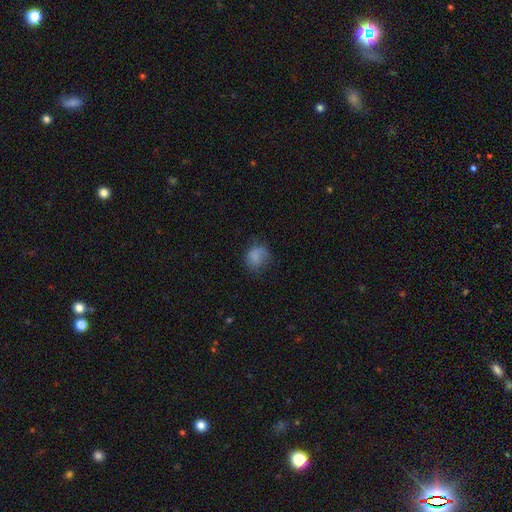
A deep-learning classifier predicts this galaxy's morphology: This is likely a smooth galaxy (79%). How rounded: likely round (64%). Merging: possibly none (58%).